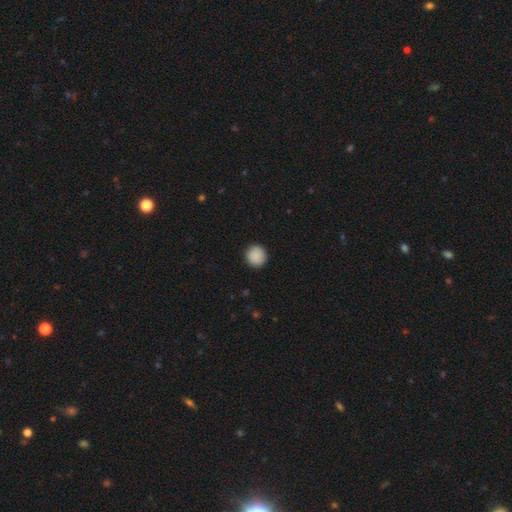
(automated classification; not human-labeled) This appears to be a smooth galaxy with no disk features (90%) that is round (91%). Merging: none (92%).